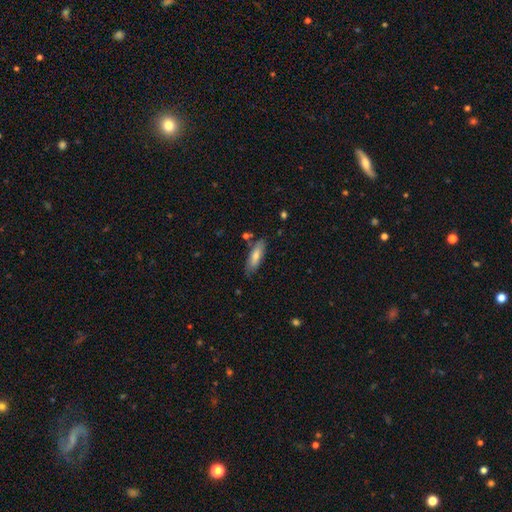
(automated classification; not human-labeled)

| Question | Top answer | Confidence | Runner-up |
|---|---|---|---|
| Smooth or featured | smooth | 75% | featured or disk (19%) |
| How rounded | in between | 50% | cigar-shaped (48%) |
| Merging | none | 77% | minor disturbance (16%) |